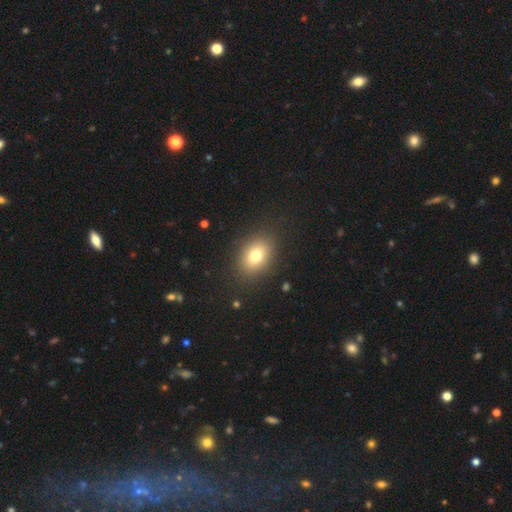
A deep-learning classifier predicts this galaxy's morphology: This is likely a smooth galaxy (77%). How rounded: likely in between (71%). Merging: clearly none (86%).